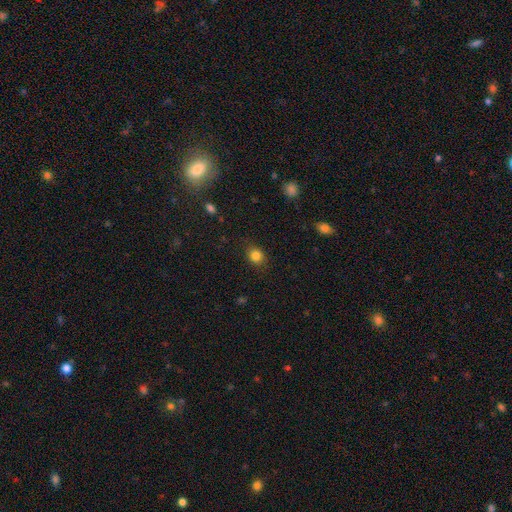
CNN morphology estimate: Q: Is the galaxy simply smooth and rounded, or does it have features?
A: smooth — 83%.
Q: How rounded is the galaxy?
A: round — 69%.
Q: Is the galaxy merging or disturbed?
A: none — 86%.